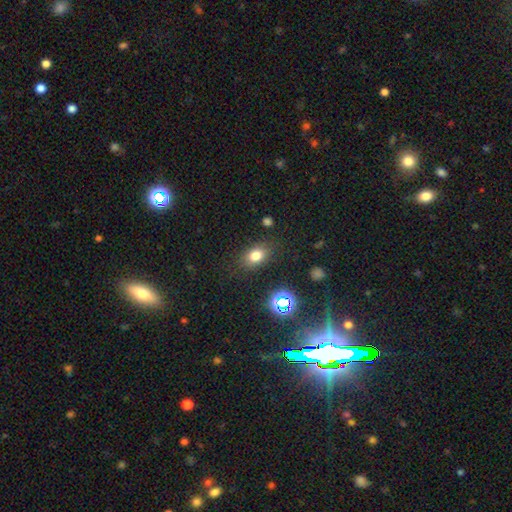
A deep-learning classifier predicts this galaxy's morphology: Smooth or featured? smooth (76%)
How rounded? in between (73%)
Merging? none (82%)